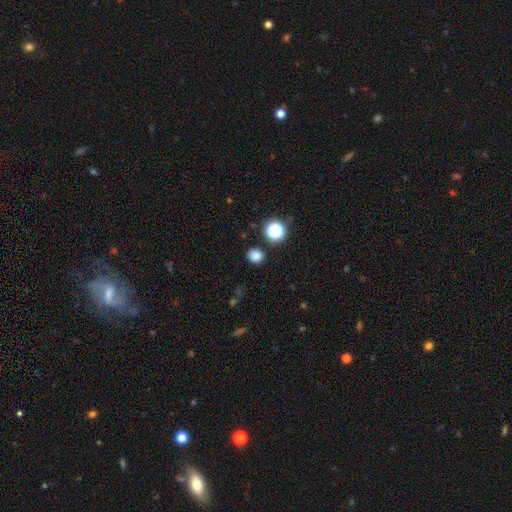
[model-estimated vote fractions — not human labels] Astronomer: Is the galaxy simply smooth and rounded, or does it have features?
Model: smooth — 81%.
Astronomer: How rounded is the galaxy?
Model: round — 78%.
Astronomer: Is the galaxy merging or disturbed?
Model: none — 88%.